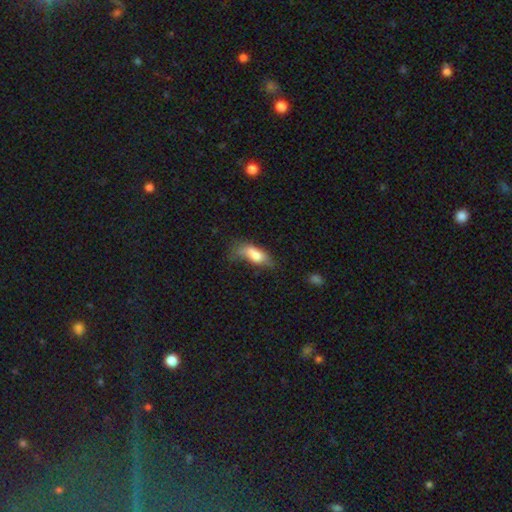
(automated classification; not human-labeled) Smooth or featured? Predicted: smooth (p=0.69). How rounded? Predicted: in between (p=0.77). Merging? Predicted: major disturbance (p=0.32).